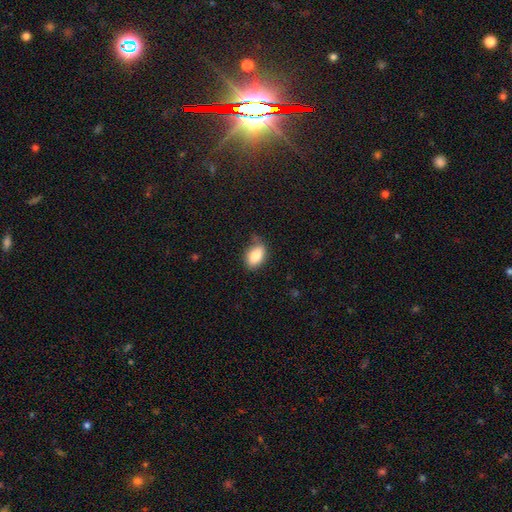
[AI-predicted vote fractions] smooth_or_featured: smooth (p=0.85) [alt: featured or disk p=0.08]
how_rounded: in between (p=0.88) [alt: round p=0.10]
merging: none (p=0.64) [alt: minor disturbance p=0.27]